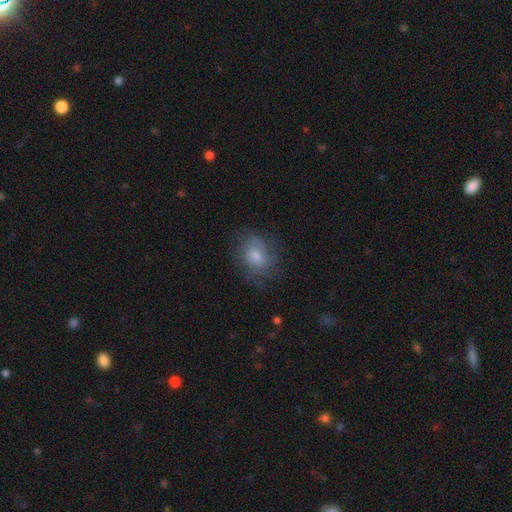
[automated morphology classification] smooth_or_featured: smooth (p=0.64) [alt: featured or disk p=0.25]
how_rounded: in between (p=0.62) [alt: round p=0.37]
merging: none (p=0.69) [alt: minor disturbance p=0.20]